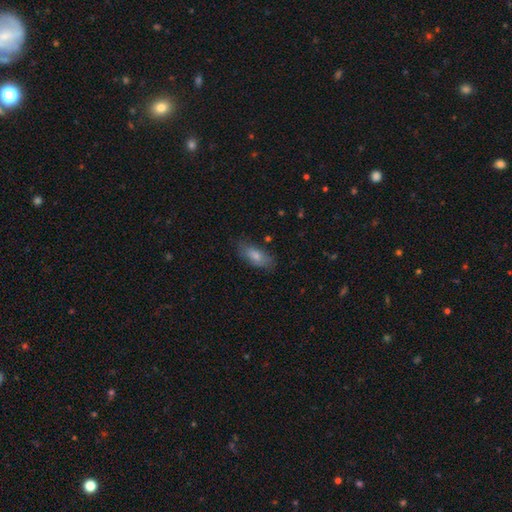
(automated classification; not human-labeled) This is likely a smooth galaxy (78%). How rounded: clearly in between (82%). Merging: likely none (71%).